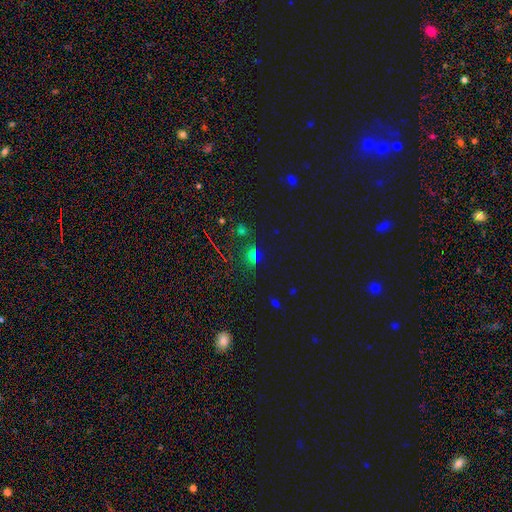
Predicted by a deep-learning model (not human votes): smooth_or_featured: star or artifact (p=0.55) [alt: smooth p=0.35]